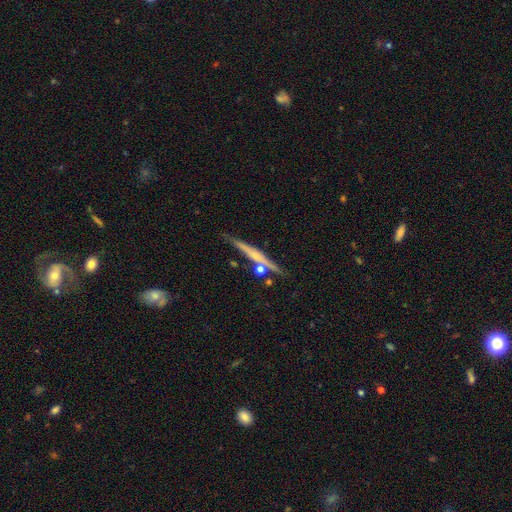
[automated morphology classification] smooth_or_featured: featured or disk (p=0.67) [alt: smooth p=0.25]
disk_edge_on: yes (p=0.97) [alt: no p=0.03]
edge_on_bulge: rounded (p=0.60) [alt: none p=0.32]
merging: none (p=0.77) [alt: minor disturbance p=0.11]